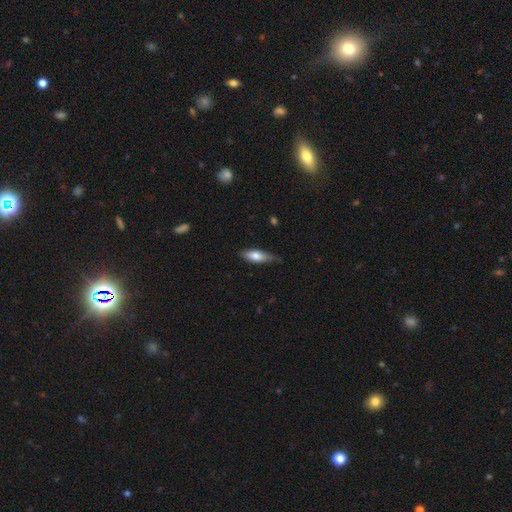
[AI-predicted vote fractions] Smooth or featured? Predicted: smooth (p=0.73). How rounded? Predicted: in between (p=0.59). Merging? Predicted: none (p=0.68).